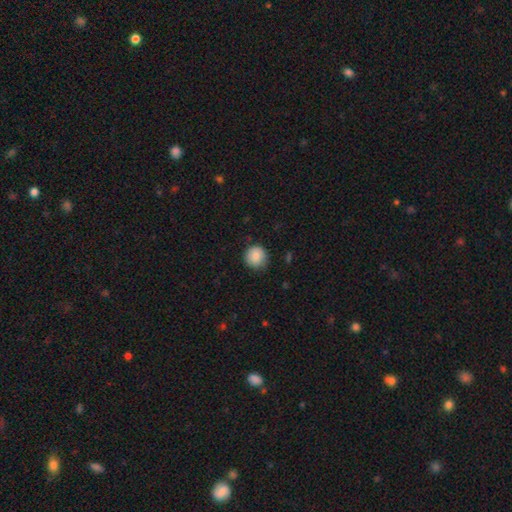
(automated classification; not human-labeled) This appears to be a smooth galaxy with no disk features (83%) that is round (93%). Merging: none (83%).